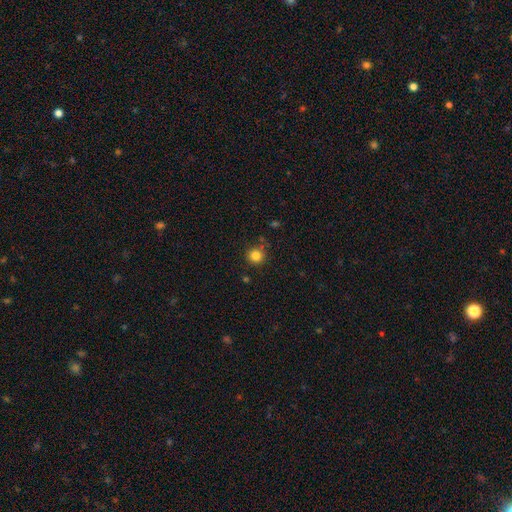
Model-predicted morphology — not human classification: A smooth galaxy with no disk features (82%) that is round (94%).

Vote fractions:
- Smooth or featured? smooth: 82% / star or artifact: 13% / featured or disk: 5%
- How rounded? round: 94% / in between: 5% / cigar-shaped: 1%
- Merging? none: 81% / minor disturbance: 12% / merger: 4% / major disturbance: 3%